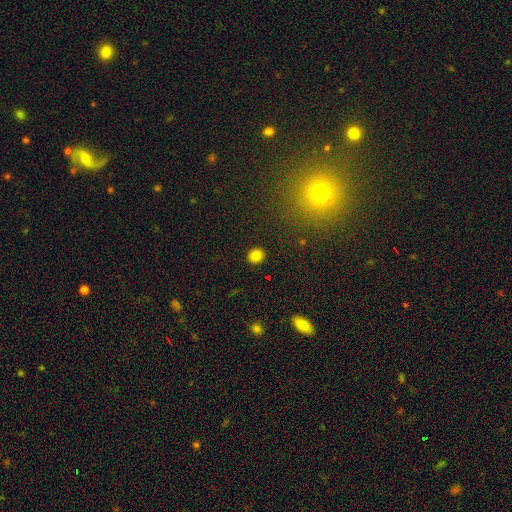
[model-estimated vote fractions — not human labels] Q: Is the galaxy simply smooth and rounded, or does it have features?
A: smooth — 84%.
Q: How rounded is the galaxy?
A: round — 81%.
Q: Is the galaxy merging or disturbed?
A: none — 91%.